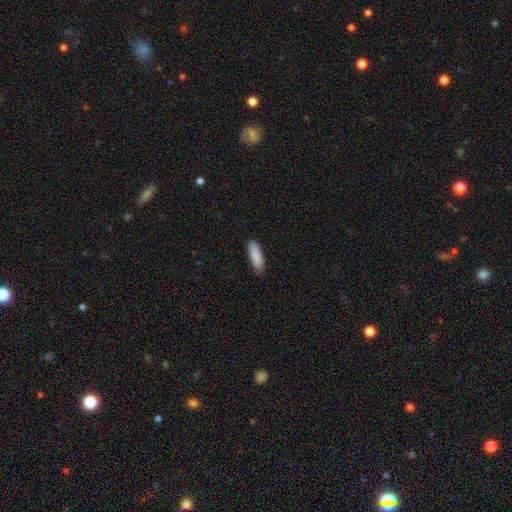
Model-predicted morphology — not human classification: A smooth galaxy with no disk features (89%) that is cigar-shaped (54%). Merging: none (88%).